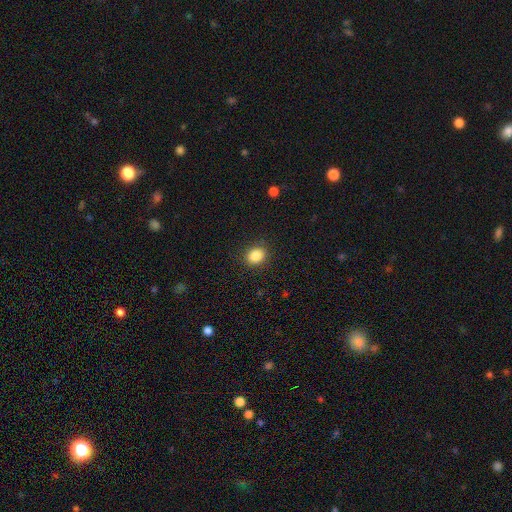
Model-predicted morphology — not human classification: Q: Smooth or featured?
A: smooth (86%); runner-up: star or artifact (10%)
Q: How rounded?
A: round (54%); runner-up: in between (45%)
Q: Merging?
A: none (88%); runner-up: minor disturbance (8%)